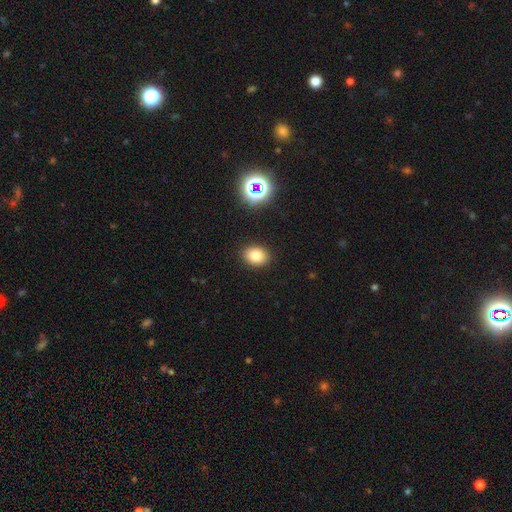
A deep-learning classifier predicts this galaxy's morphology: The model was most divided on "how rounded": in between: 64%, round: 36%, cigar-shaped: 1%. More confident: merging — none (89%); smooth or featured — smooth (80%).